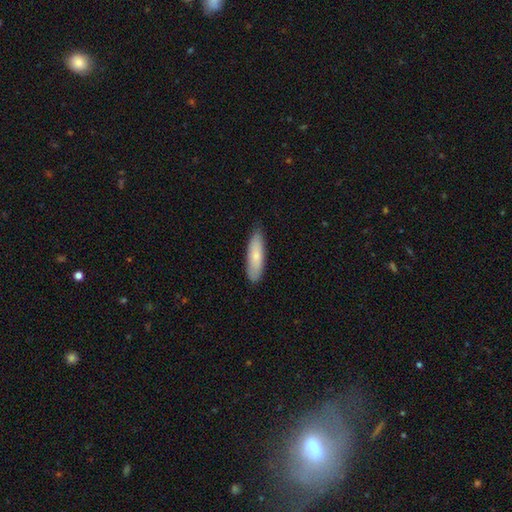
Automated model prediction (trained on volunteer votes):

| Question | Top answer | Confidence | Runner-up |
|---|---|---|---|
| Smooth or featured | smooth | 76% | featured or disk (19%) |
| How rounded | cigar-shaped | 55% | in between (43%) |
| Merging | none | 82% | minor disturbance (15%) |